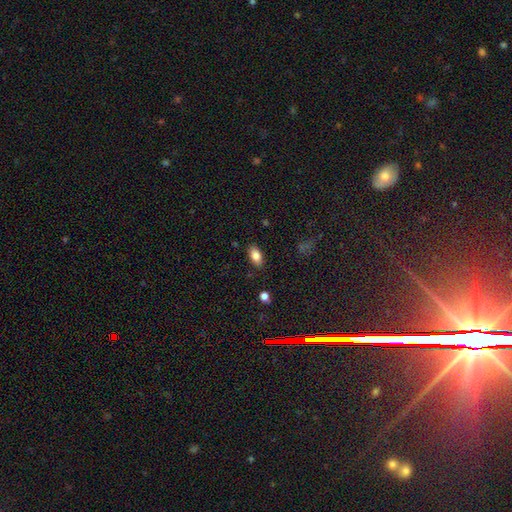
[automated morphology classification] Smooth or featured? smooth (84%)
How rounded? in between (91%)
Merging? none (86%)